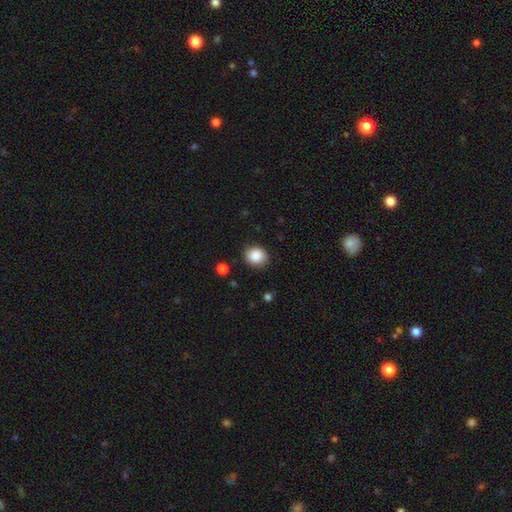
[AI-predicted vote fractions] Morphology: type=smooth (88%); roundness=round (73%); merging=none (85%).